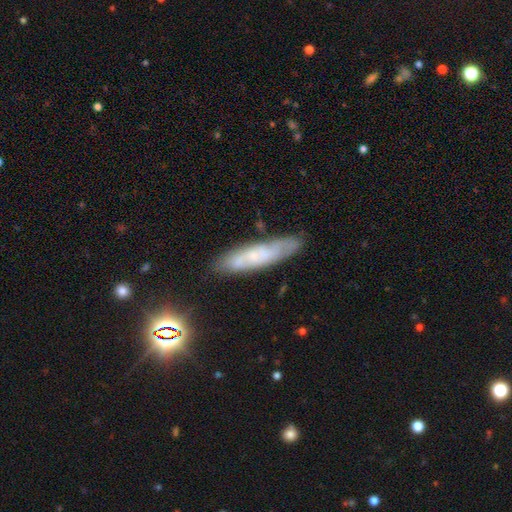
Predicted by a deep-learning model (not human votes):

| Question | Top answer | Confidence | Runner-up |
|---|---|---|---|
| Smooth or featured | featured or disk | 54% | smooth (36%) |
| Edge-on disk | no | 62% | yes (38%) |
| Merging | none | 77% | minor disturbance (16%) |